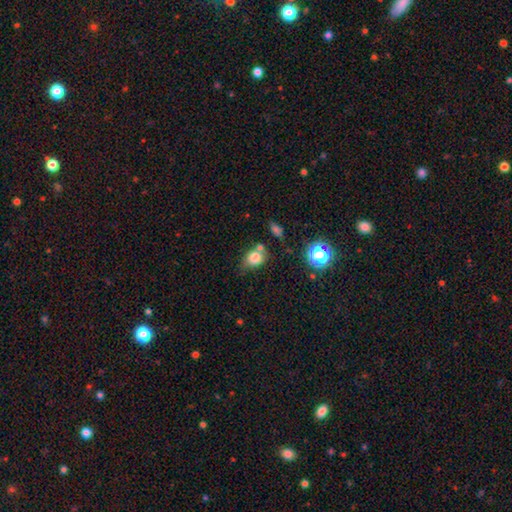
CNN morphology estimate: This appears to be a smooth galaxy with no disk features (79%) that is in between round and cigar-shaped (50%). Merging: none (54%).